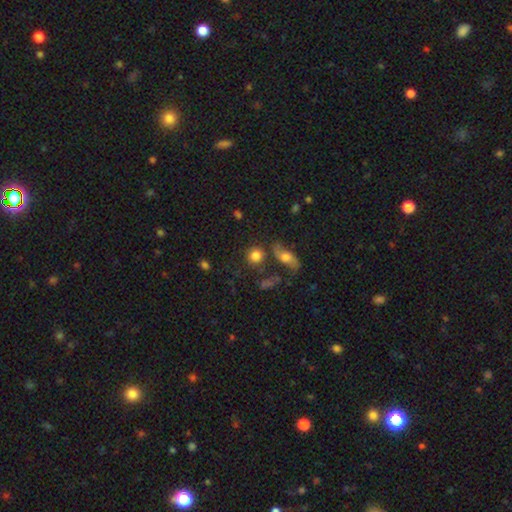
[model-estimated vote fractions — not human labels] Smooth or featured: smooth — 81% (featured or disk — 10%)
How rounded: round — 85% (in between — 13%)
Merging: none — 71% (merger — 12%)